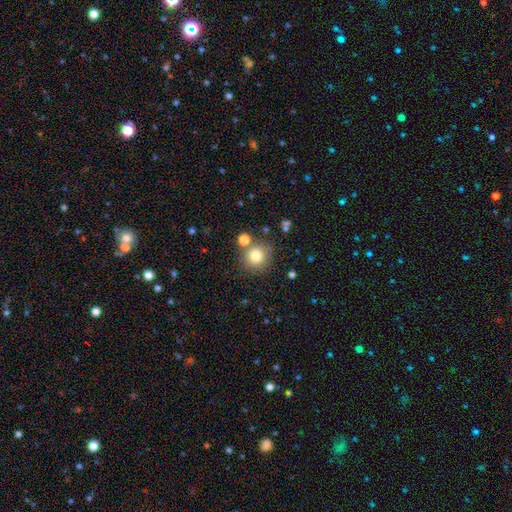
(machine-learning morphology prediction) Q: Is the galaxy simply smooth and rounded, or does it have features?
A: smooth — 79%.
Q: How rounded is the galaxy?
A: round — 93%.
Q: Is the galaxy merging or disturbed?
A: none — 76%.